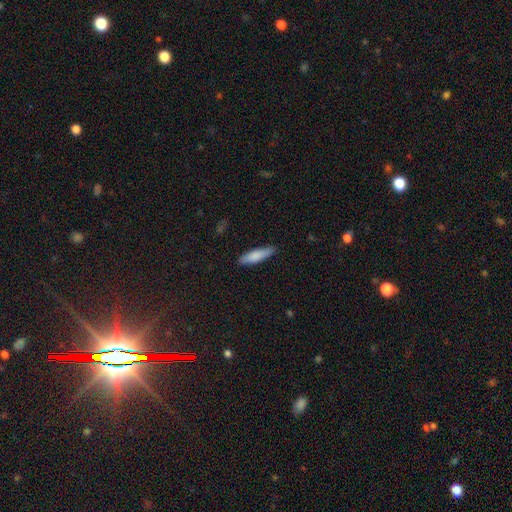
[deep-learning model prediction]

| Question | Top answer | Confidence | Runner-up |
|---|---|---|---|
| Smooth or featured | smooth | 80% | featured or disk (14%) |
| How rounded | cigar-shaped | 70% | in between (29%) |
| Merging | none | 87% | minor disturbance (10%) |